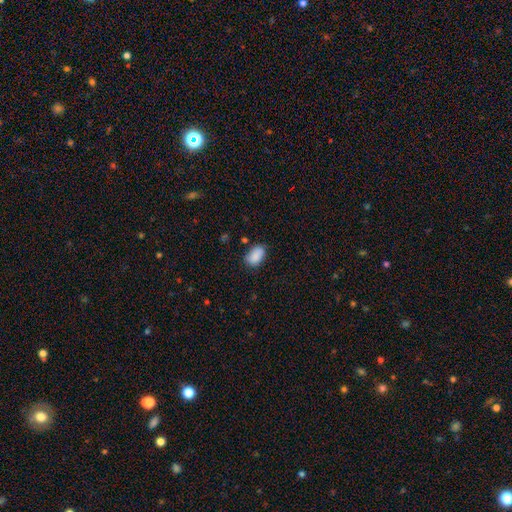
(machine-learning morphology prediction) Smooth or featured? smooth (86%)
How rounded? in between (88%)
Merging? none (68%)